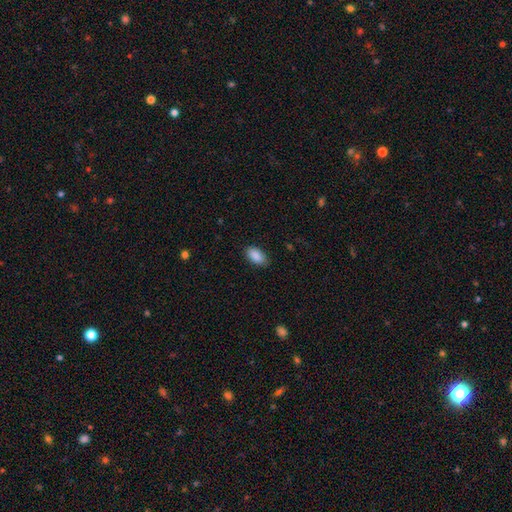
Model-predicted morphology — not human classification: This appears to be a smooth galaxy with no disk features (90%) that is in between round and cigar-shaped (93%). Merging: none (85%).